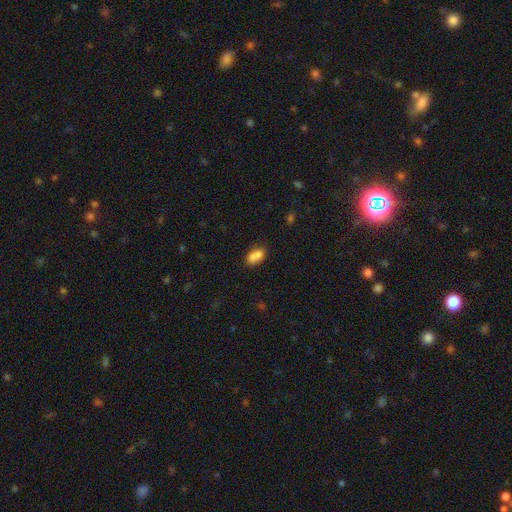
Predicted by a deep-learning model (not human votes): smooth 78%, featured or disk 12%, star or artifact 10%. Down the decision tree: how rounded — in between (83%); merging — none (43%).